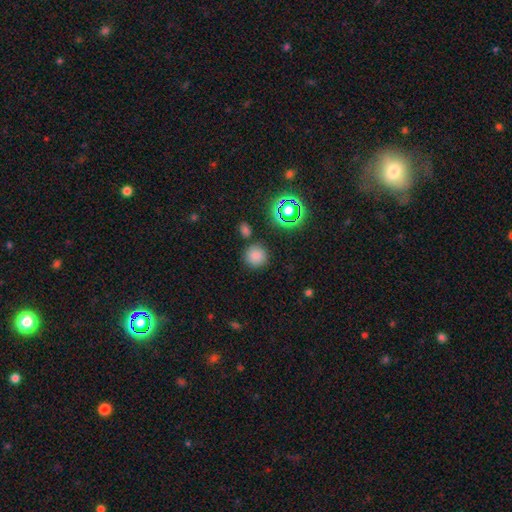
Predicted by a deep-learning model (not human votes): A smooth galaxy with no disk features (78%) that is round (93%).

Vote fractions:
- Smooth or featured? smooth: 78% / star or artifact: 17% / featured or disk: 5%
- How rounded? round: 93% / in between: 6% / cigar-shaped: 1%
- Merging? none: 81% / minor disturbance: 9% / merger: 7% / major disturbance: 3%